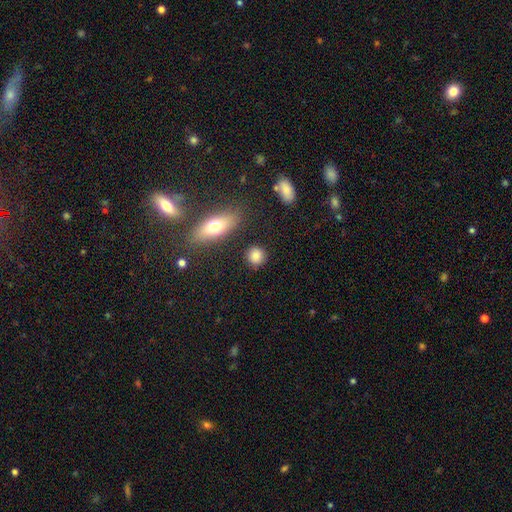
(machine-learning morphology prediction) type=smooth (85%); roundness=round (83%); merging=none (85%).